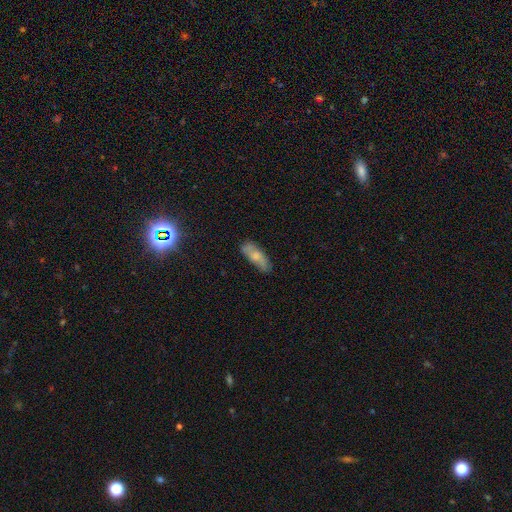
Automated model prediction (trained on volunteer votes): Smooth or featured? smooth (66%)
How rounded? in between (63%)
Merging? none (70%)